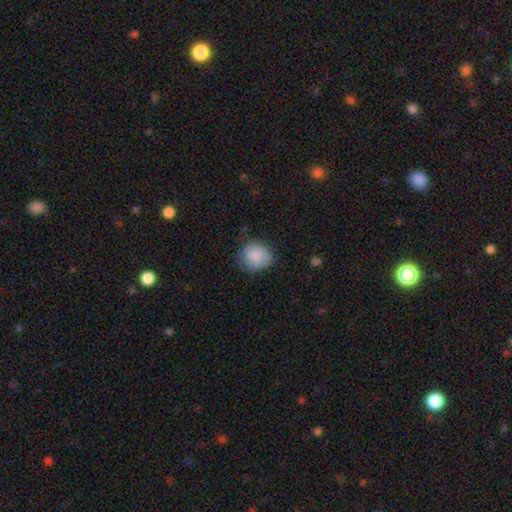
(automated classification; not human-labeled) This appears to be a smooth galaxy with no disk features (86%) that is round (85%). Merging: none (74%).